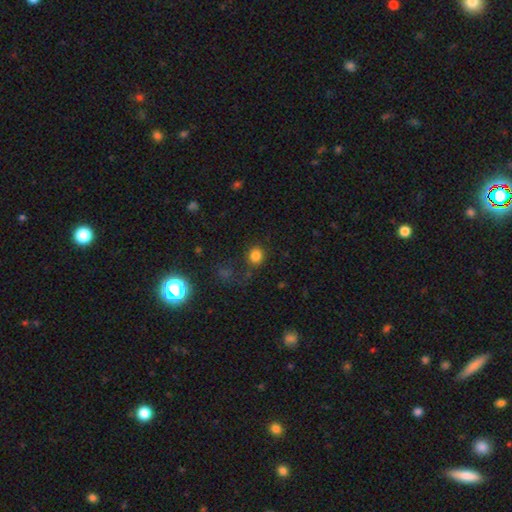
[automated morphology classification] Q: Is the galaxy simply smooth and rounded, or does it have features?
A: smooth — 81%.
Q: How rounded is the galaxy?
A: round — 83%.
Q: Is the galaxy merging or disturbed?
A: none — 79%.